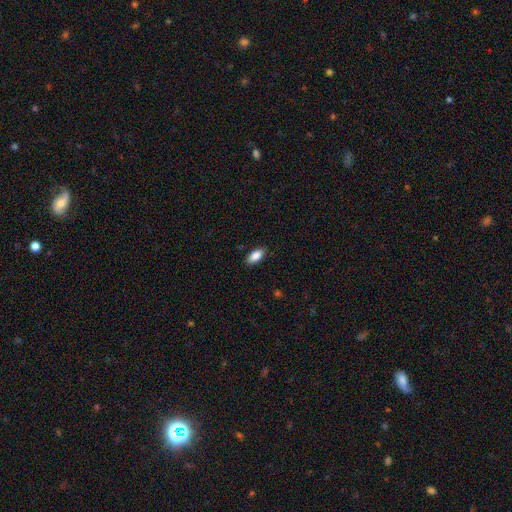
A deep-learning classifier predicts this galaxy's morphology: smooth 87%, star or artifact 7%, featured or disk 6%. Down the decision tree: how rounded — in between (89%); merging — none (87%).